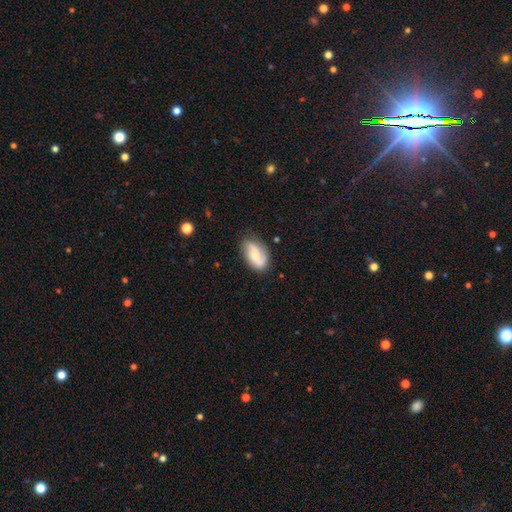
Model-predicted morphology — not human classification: The model was most divided on "bulge size": moderate: 45%, small: 43%, none: 6%, large: 5%, dominant: 1%. More confident: edge-on disk — no (96%); spiral arms — yes (90%); merging — none (73%); smooth or featured — featured or disk (58%); bar — no (57%).